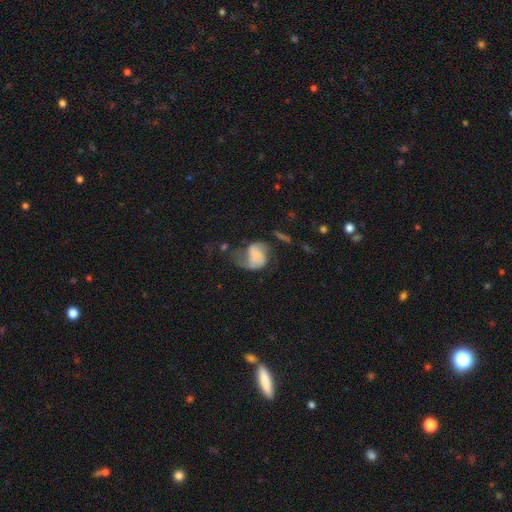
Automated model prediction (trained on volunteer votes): Smooth or featured?
  - featured or disk: 57% *
  - smooth: 34%
  - star or artifact: 8%
Edge-on disk?
  - no: 98% *
  - yes: 2%
Bar?
  - no: 62% *
  - weak: 29%
  - strong: 10%
Spiral arms?
  - yes: 85% *
  - no: 15%
Bulge size?
  - none: 49% *
  - small: 21%
  - moderate: 13%
  - large: 11%
  - dominant: 7%
Merging?
  - major disturbance: 40% *
  - none: 32%
  - minor disturbance: 22%
  - merger: 6%